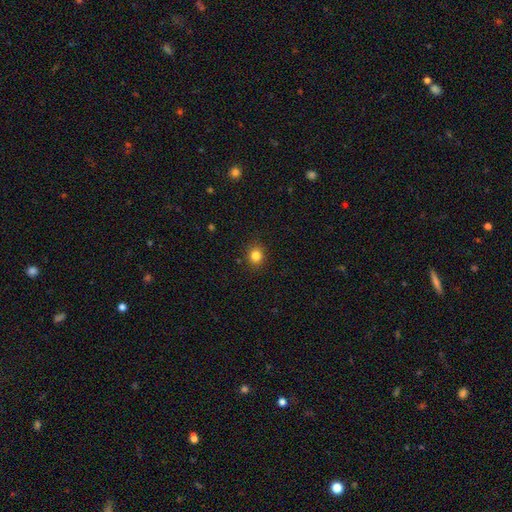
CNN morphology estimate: Overall: smooth (83%). How rounded: round (75%). Merging: none (89%).